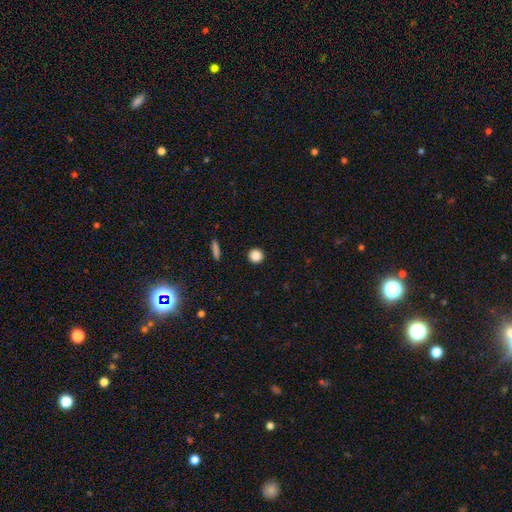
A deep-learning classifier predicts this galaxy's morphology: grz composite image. It shows a smooth galaxy with no disk features (87%) that is round (94%). Merging: none (93%).